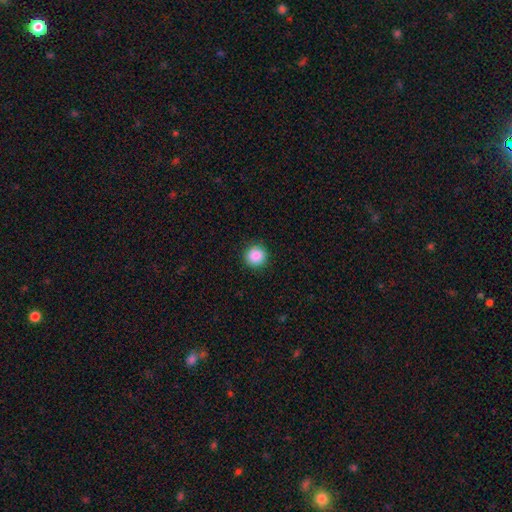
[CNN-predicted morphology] smooth_or_featured: smooth (p=0.88) [alt: star or artifact p=0.09]
how_rounded: round (p=0.94) [alt: in between p=0.05]
merging: none (p=0.91) [alt: minor disturbance p=0.06]